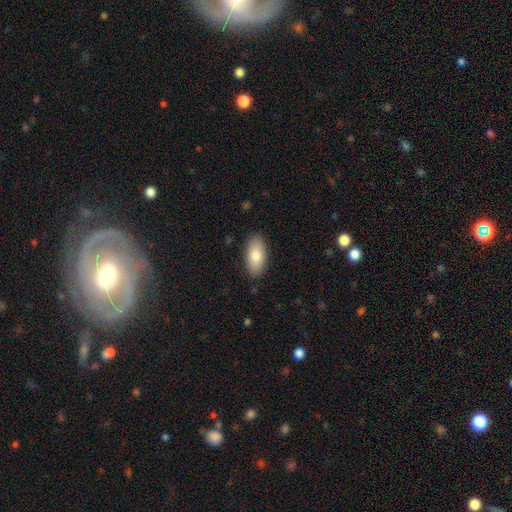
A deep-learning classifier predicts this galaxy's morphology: smooth_or_featured: smooth (p=0.81) [alt: featured or disk p=0.13]
how_rounded: in between (p=0.91) [alt: cigar-shaped p=0.06]
merging: none (p=0.88) [alt: minor disturbance p=0.09]